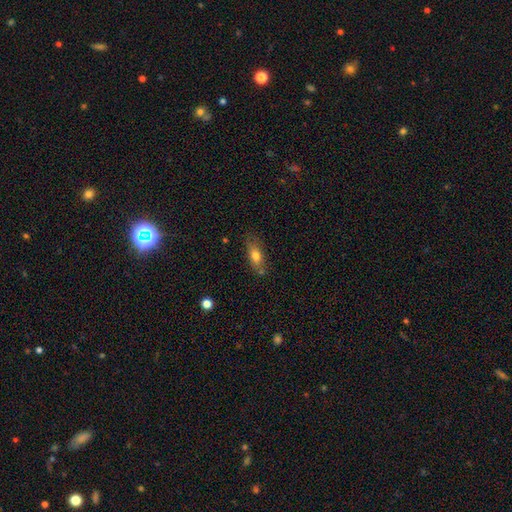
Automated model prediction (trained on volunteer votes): Smooth or featured?
  - smooth: 74% *
  - featured or disk: 18%
  - star or artifact: 8%
How rounded?
  - in between: 74% *
  - cigar-shaped: 21%
  - round: 5%
Merging?
  - none: 69% *
  - minor disturbance: 20%
  - merger: 6%
  - major disturbance: 5%